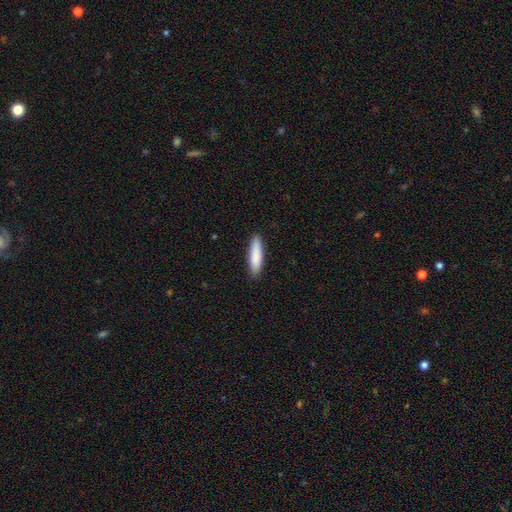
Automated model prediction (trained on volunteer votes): This appears to be a smooth galaxy with no disk features (86%) that is cigar-shaped (74%). Merging: none (89%).